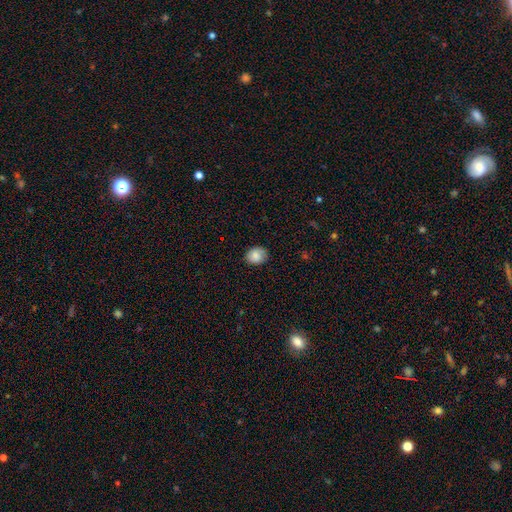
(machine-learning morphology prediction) type=smooth (84%); roundness=round (59%); merging=none (81%).